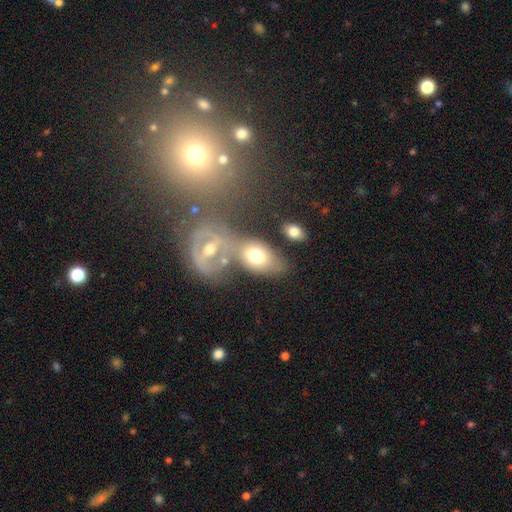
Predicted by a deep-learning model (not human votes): Q: Smooth or featured?
A: smooth (60%); runner-up: featured or disk (32%)
Q: How rounded?
A: in between (86%); runner-up: round (12%)
Q: Merging?
A: merger (39%); runner-up: none (38%)